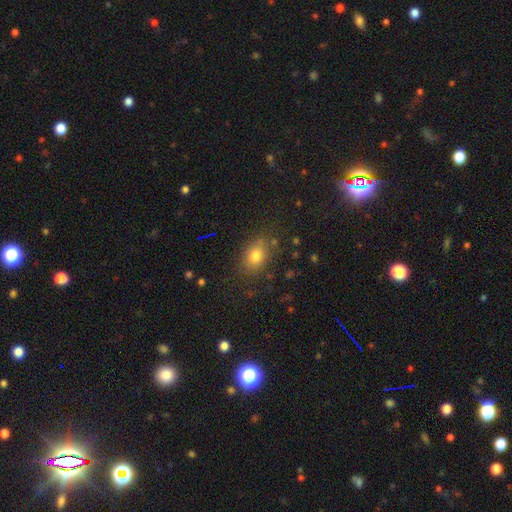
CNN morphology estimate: Smooth or featured: smooth — 77% (star or artifact — 13%)
How rounded: in between — 61% (round — 38%)
Merging: none — 79% (minor disturbance — 14%)